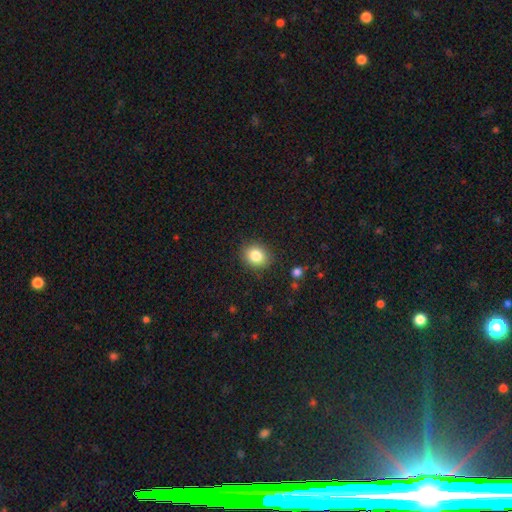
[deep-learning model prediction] Smooth or featured? Predicted: smooth (p=0.83). How rounded? Predicted: round (p=0.61). Merging? Predicted: none (p=0.87).